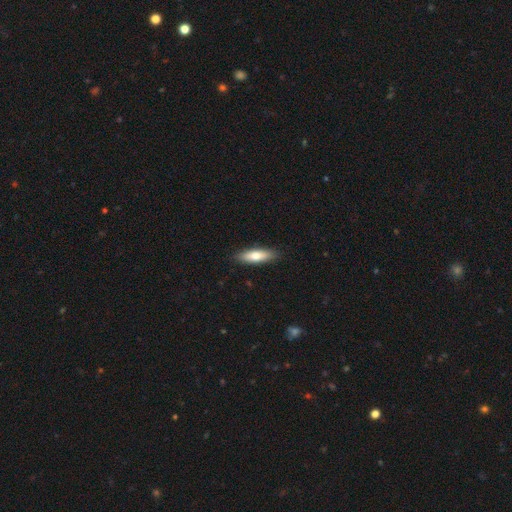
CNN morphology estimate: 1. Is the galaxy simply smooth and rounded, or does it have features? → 72% smooth, 23% featured or disk, 6% star or artifact.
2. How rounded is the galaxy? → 53% cigar-shaped, 45% in between, 2% round.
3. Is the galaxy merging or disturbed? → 88% none, 9% minor disturbance, 2% major disturbance, 1% merger.